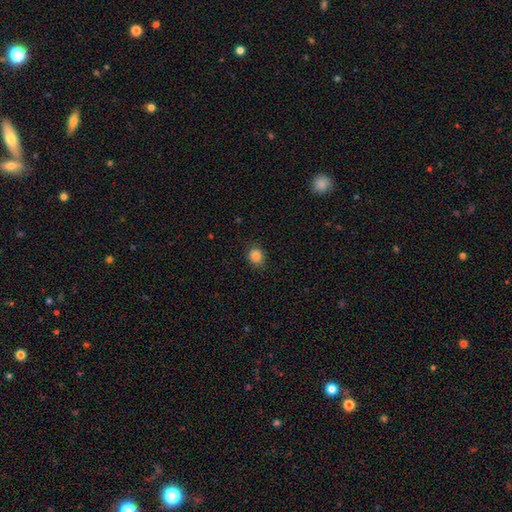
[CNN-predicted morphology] This appears to be a smooth galaxy with no disk features (86%) that is round (67%). Merging: none (86%).